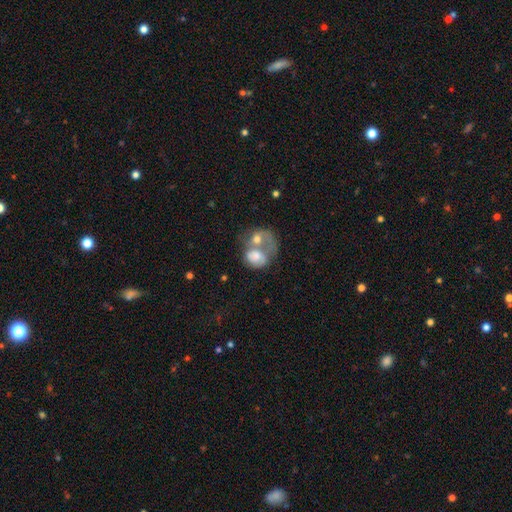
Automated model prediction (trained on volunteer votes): A smooth galaxy with no disk features (52%) that is in between round and cigar-shaped (55%).

Vote fractions:
- Smooth or featured? smooth: 52% / featured or disk: 40% / star or artifact: 8%
- How rounded? in between: 55% / round: 44% / cigar-shaped: 1%
- Merging? merger: 73% / major disturbance: 12% / none: 9% / minor disturbance: 6%